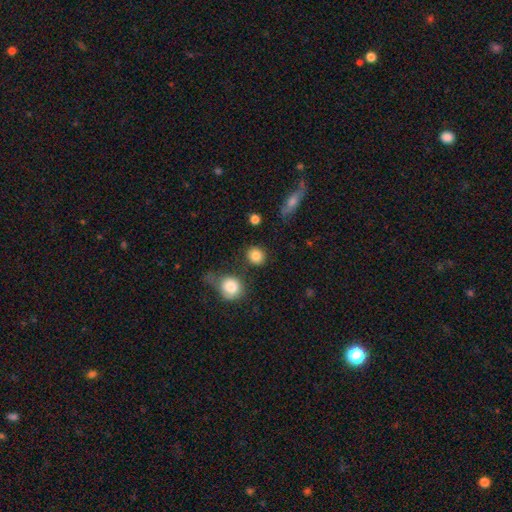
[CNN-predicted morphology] Smooth or featured?
  - smooth: 85% *
  - star or artifact: 10%
  - featured or disk: 5%
How rounded?
  - round: 76% *
  - in between: 23%
  - cigar-shaped: 1%
Merging?
  - none: 81% *
  - minor disturbance: 9%
  - merger: 6%
  - major disturbance: 4%